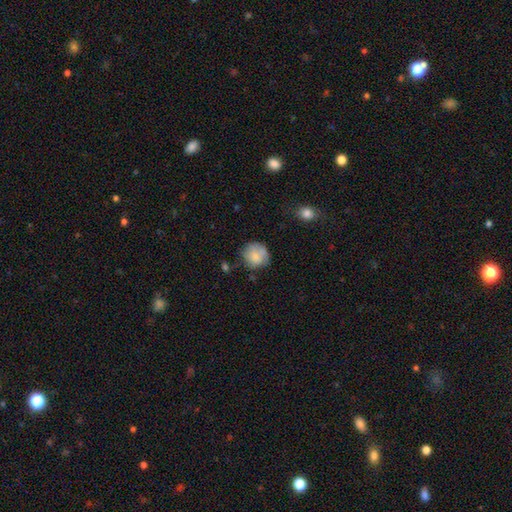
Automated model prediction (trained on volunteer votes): smooth_or_featured: smooth (p=0.74) [alt: featured or disk p=0.18]
how_rounded: round (p=0.83) [alt: in between p=0.16]
merging: none (p=0.57) [alt: minor disturbance p=0.29]